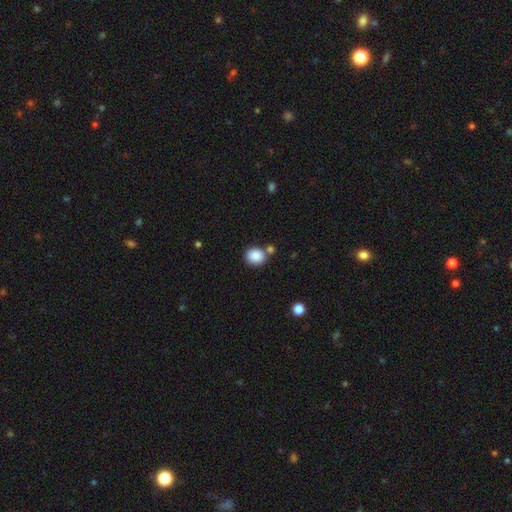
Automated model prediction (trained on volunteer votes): A smooth galaxy with no disk features (87%) that is round (75%).

Vote fractions:
- Smooth or featured? smooth: 87% / star or artifact: 9% / featured or disk: 4%
- How rounded? round: 75% / in between: 24% / cigar-shaped: 1%
- Merging? none: 68% / merger: 17% / minor disturbance: 11% / major disturbance: 3%